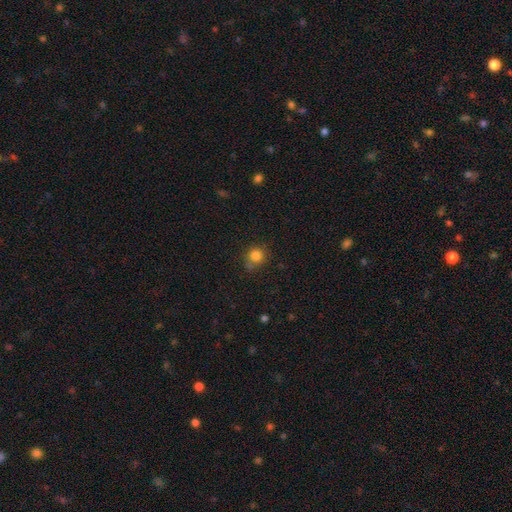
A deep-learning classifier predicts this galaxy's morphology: The model was most divided on "merging": none: 71%, minor disturbance: 17%, merger: 8%, major disturbance: 4%. More confident: how rounded — round (87%); smooth or featured — smooth (82%).